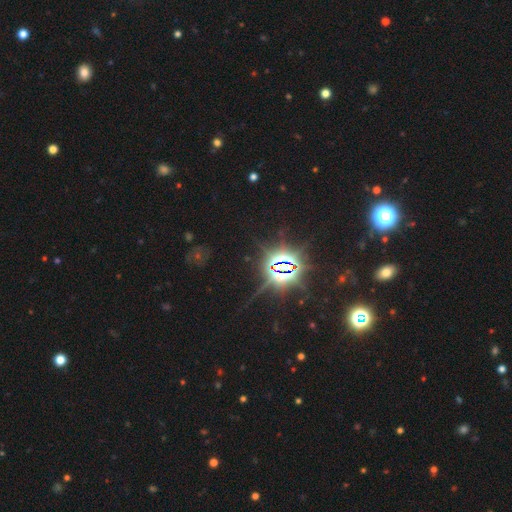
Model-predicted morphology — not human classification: Smooth or featured? Predicted: star or artifact (p=0.83).